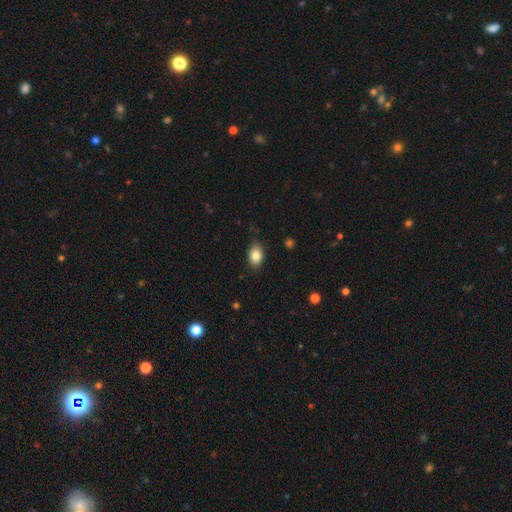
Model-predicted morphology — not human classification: A smooth galaxy with no disk features (83%) that is in between round and cigar-shaped (84%). Merging: none (83%).